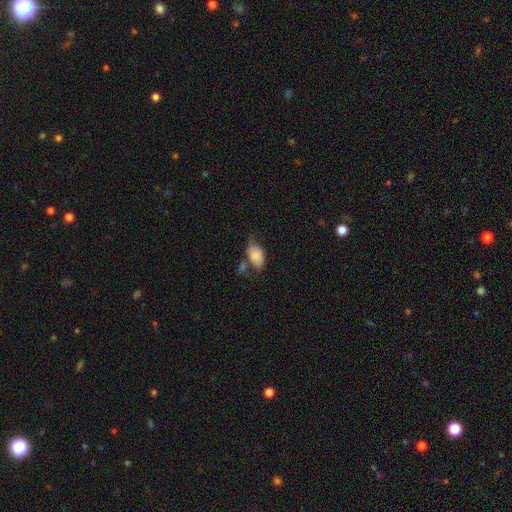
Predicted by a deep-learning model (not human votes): smooth_or_featured: smooth (p=0.80) [alt: featured or disk p=0.12]
how_rounded: in between (p=0.90) [alt: round p=0.07]
merging: none (p=0.39) [alt: minor disturbance p=0.30]